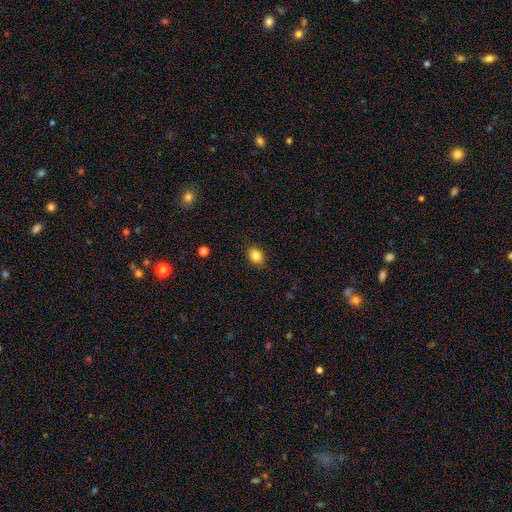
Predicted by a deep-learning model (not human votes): Smooth or featured? Predicted: smooth (p=0.85). How rounded? Predicted: in between (p=0.62). Merging? Predicted: none (p=0.88).